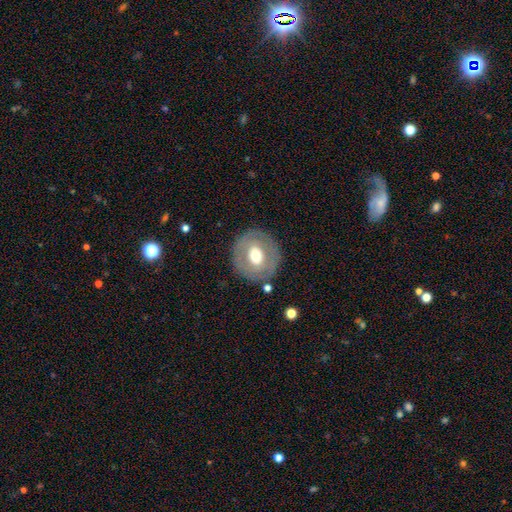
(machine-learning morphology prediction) smooth_or_featured: smooth (p=0.47) [tied with: featured or disk p=0.47]
merging: none (p=0.82) [alt: minor disturbance p=0.11]